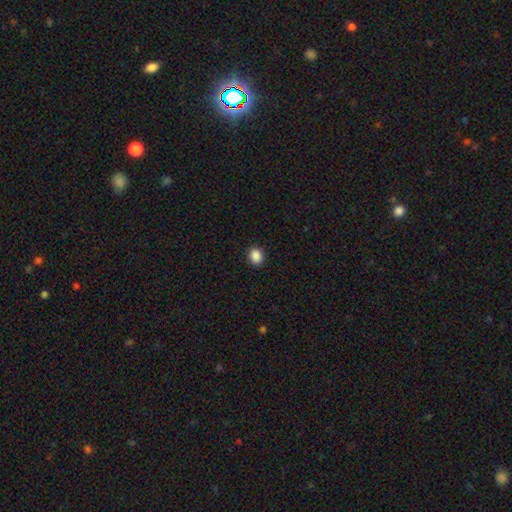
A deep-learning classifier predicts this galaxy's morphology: A smooth galaxy with no disk features (88%) that is round (65%).

Vote fractions:
- Smooth or featured? smooth: 88% / star or artifact: 10% / featured or disk: 2%
- How rounded? round: 65% / in between: 34% / cigar-shaped: 1%
- Merging? none: 90% / minor disturbance: 7% / major disturbance: 2% / merger: 1%